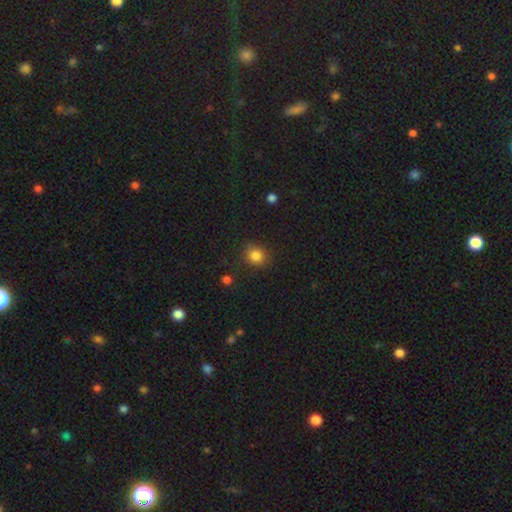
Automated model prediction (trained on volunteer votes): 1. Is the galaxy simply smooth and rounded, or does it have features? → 83% smooth, 12% star or artifact, 5% featured or disk.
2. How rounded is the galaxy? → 76% round, 23% in between, 1% cigar-shaped.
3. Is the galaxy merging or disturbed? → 83% none, 11% minor disturbance, 4% major disturbance, 2% merger.